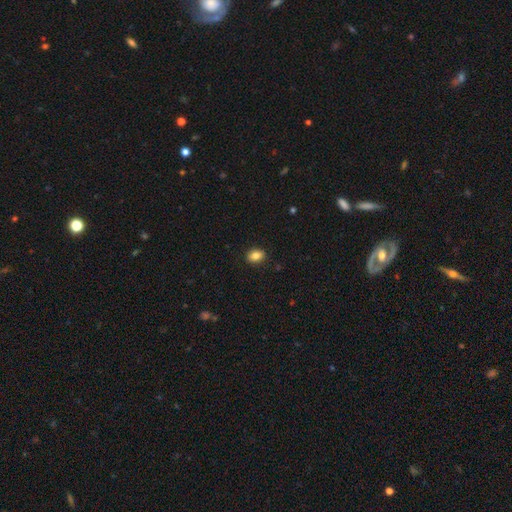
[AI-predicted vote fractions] Smooth or featured? smooth (83%)
How rounded? in between (74%)
Merging? none (89%)